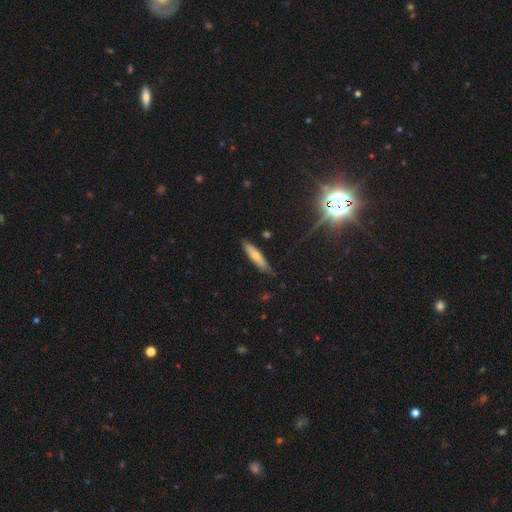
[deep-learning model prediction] This appears to be a smooth galaxy with no disk features (64%) that is cigar-shaped (79%). Merging: none (82%).